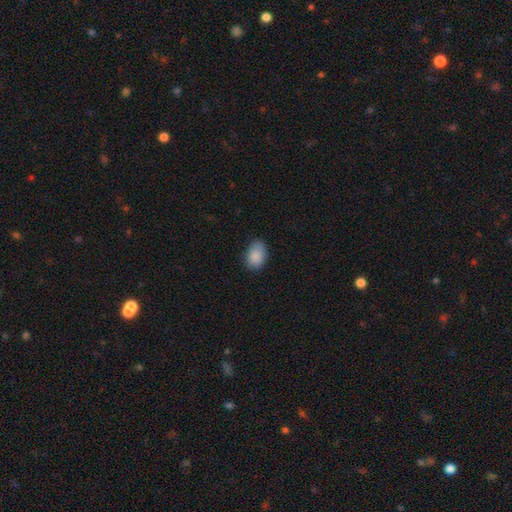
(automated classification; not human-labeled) smooth 88%, star or artifact 7%, featured or disk 5%. Down the decision tree: how rounded — in between (81%); merging — none (81%).